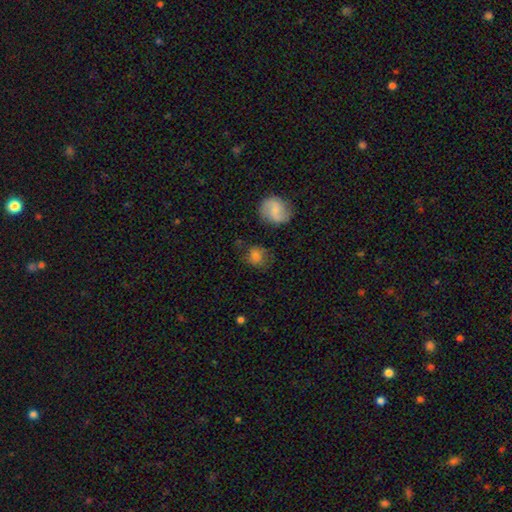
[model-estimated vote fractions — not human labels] A smooth galaxy with no disk features (67%) that is round (71%).

Vote fractions:
- Smooth or featured? smooth: 67% / featured or disk: 22% / star or artifact: 11%
- How rounded? round: 71% / in between: 28% / cigar-shaped: 1%
- Merging? none: 68% / minor disturbance: 19% / major disturbance: 7% / merger: 5%